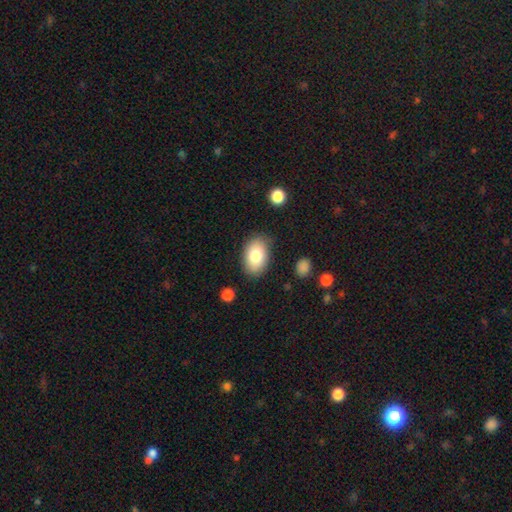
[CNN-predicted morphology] Smooth or featured: smooth — 80% (featured or disk — 13%)
How rounded: in between — 89% (round — 10%)
Merging: none — 83% (minor disturbance — 12%)